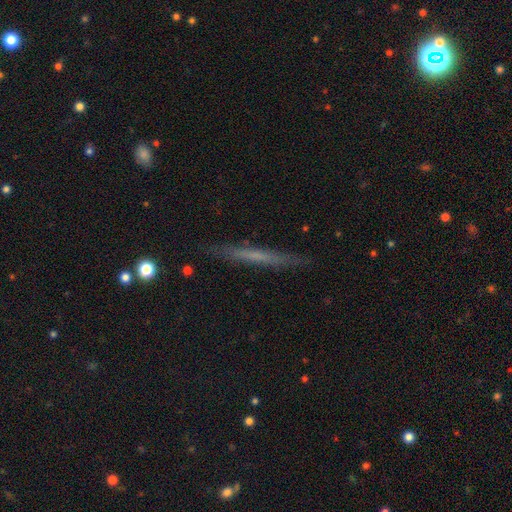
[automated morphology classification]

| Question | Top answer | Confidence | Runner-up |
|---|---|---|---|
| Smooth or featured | featured or disk | 47% | smooth (45%) |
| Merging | none | 87% | minor disturbance (9%) |